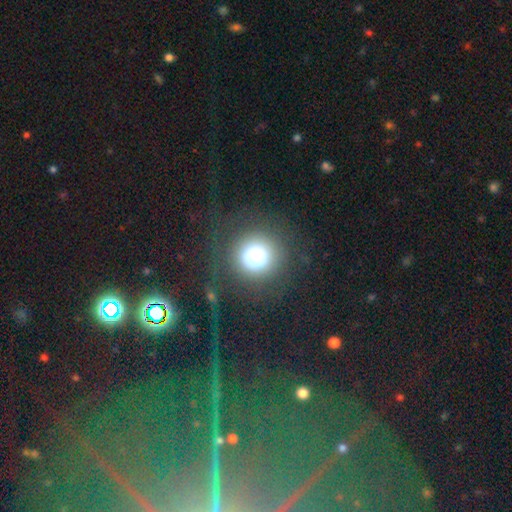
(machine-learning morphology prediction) Smooth or featured? Predicted: smooth (p=0.73). How rounded? Predicted: round (p=0.93). Merging? Predicted: none (p=0.74).